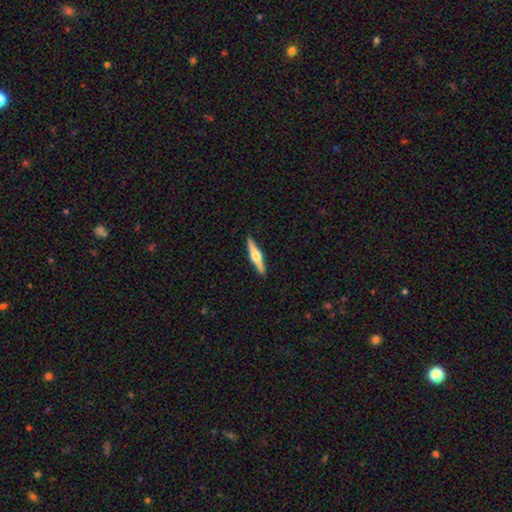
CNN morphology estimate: This is likely a featured or disk galaxy (68%). It is clearly viewed edge-on (98%). Edge-on bulge: clearly rounded (93%). Merging: clearly none (91%).